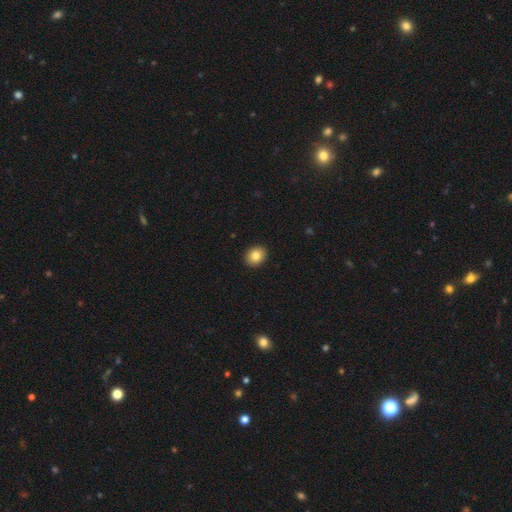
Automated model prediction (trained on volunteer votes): This is clearly a smooth galaxy (84%). How rounded: possibly round (51%). Merging: clearly none (92%).